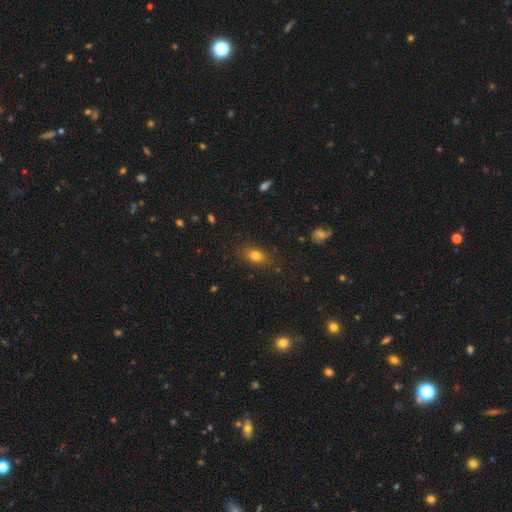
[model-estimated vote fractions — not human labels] Overall: smooth (77%). How rounded: in between (77%). Merging: none (82%).